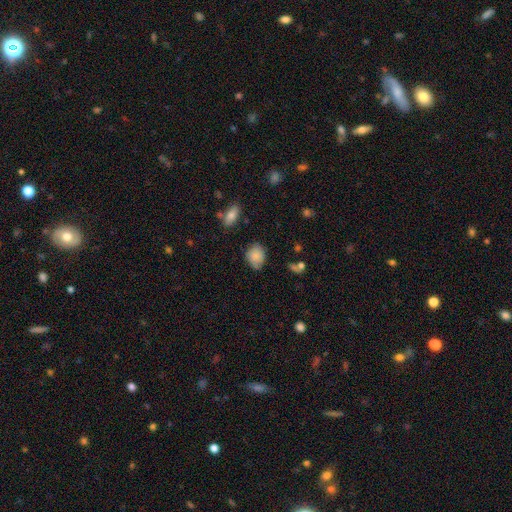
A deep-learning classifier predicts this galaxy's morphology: smooth_or_featured: smooth (p=0.82) [alt: featured or disk p=0.10]
how_rounded: in between (p=0.51) [alt: round p=0.48]
merging: none (p=0.69) [alt: minor disturbance p=0.24]